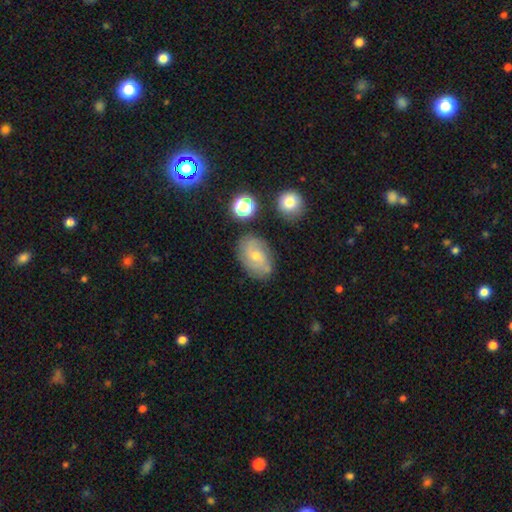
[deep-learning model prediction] Overall: featured or disk (53%; smooth 37%). Edge-on disk: no (95%). Merging: none (75%).